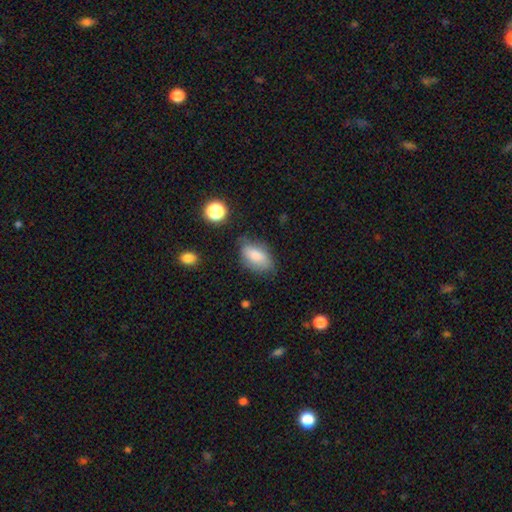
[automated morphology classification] smooth_or_featured: smooth (p=0.80) [alt: featured or disk p=0.12]
how_rounded: in between (p=0.91) [alt: round p=0.05]
merging: none (p=0.65) [alt: minor disturbance p=0.25]